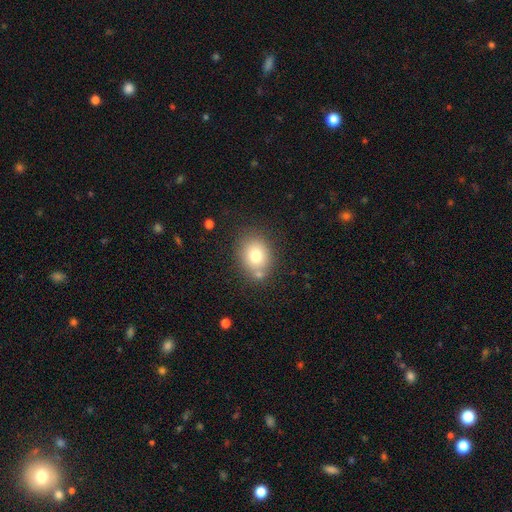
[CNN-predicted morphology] Q: Smooth or featured?
A: smooth (76%); runner-up: featured or disk (13%)
Q: How rounded?
A: round (57%); runner-up: in between (42%)
Q: Merging?
A: none (71%); runner-up: minor disturbance (13%)